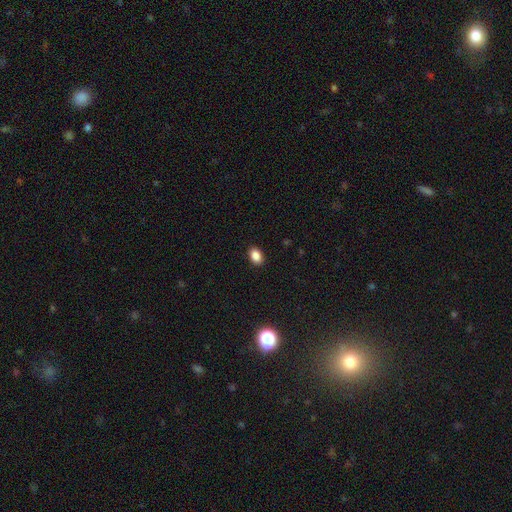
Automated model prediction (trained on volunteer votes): A smooth galaxy with no disk features (87%) that is in between round and cigar-shaped (81%). Merging: none (90%).